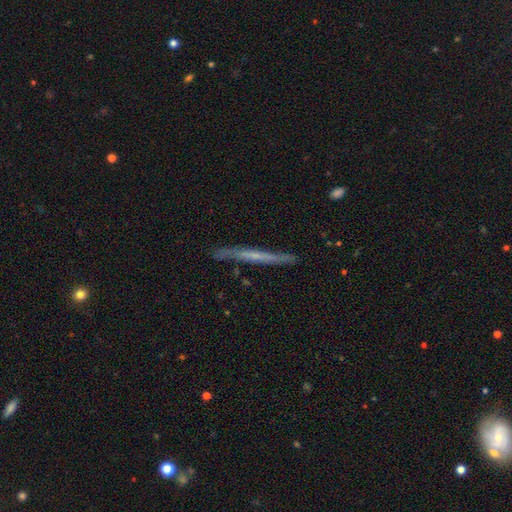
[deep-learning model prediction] smooth-or-featured: featured or disk: 61% | smooth: 33% | star or artifact: 6%
  disk-edge-on: yes: 95% | no: 5%
    edge-on-bulge: none: 76% | rounded: 18% | boxy: 6%
  merging: none: 85% | minor disturbance: 11% | major disturbance: 2% | merger: 2%